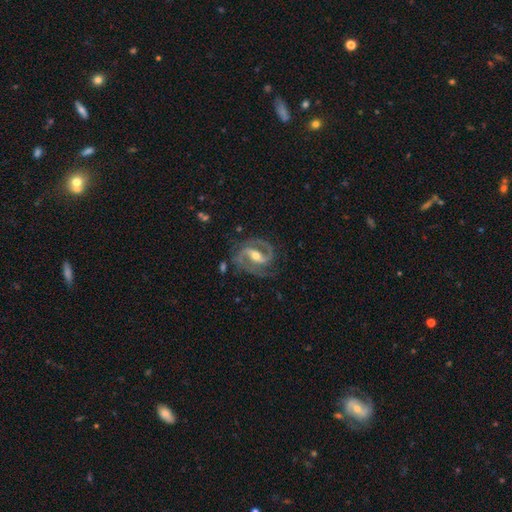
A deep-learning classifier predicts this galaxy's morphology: type=featured or disk (92%); edge-on=no (97%); bar=strong (56%); spiral arms=yes (98%); winding=medium (57%); arm count=2 (92%); bulge=moderate (63%); merging=none (77%).